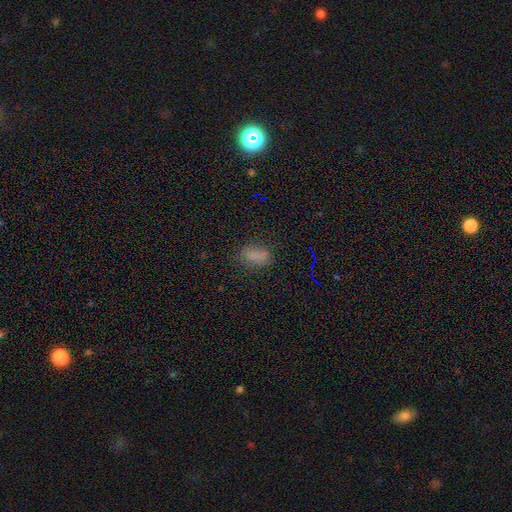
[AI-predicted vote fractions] Smooth or featured? smooth (77%)
How rounded? in between (88%)
Merging? none (74%)